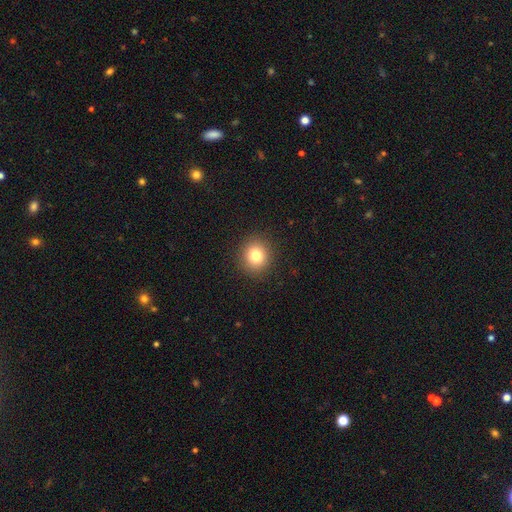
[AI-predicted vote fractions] Morphology: type=smooth (80%); roundness=round (88%); merging=none (91%).